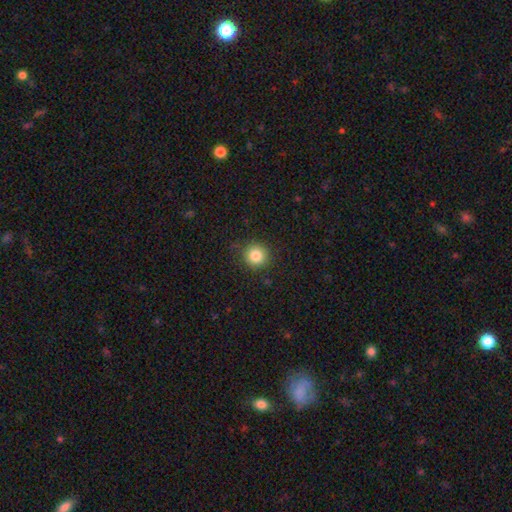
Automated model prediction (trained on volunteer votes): This appears to be a smooth galaxy with no disk features (84%) that is round (94%). Merging: none (89%).